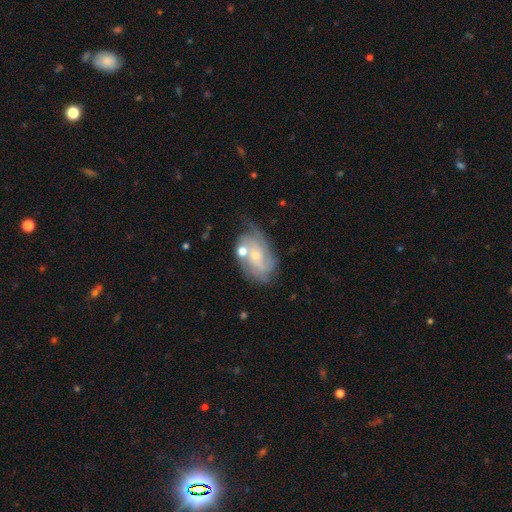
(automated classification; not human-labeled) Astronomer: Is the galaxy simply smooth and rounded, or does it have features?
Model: featured or disk — 68%.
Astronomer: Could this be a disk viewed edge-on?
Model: no — 96%.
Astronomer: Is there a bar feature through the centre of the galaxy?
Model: no — 67%.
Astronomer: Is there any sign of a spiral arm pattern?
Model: yes — 83%.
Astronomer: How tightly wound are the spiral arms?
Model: tight — 43% (runner-up: medium, 38%).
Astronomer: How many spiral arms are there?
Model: can't tell — 37%, tied with 2 at 37%.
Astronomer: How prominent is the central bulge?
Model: small — 65%.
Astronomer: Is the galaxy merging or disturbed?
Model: none — 45% (runner-up: minor disturbance, 24%).